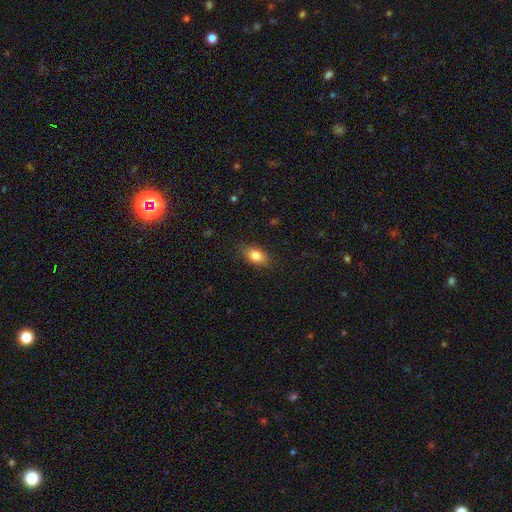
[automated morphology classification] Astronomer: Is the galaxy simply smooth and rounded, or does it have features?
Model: smooth — 81%.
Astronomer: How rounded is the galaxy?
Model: in between — 84%.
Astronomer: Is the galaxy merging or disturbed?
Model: none — 85%.